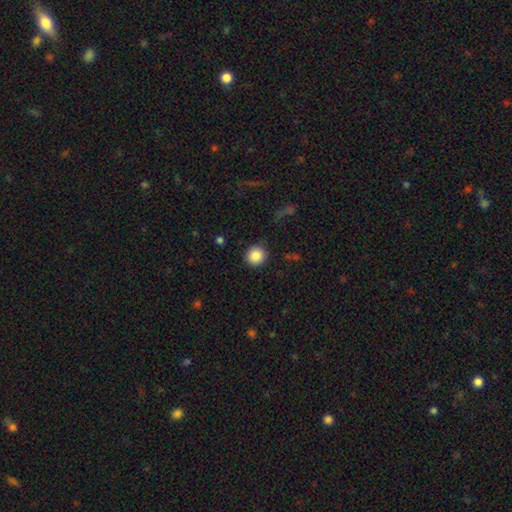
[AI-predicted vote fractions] This is clearly a smooth galaxy (86%). How rounded: clearly round (93%). Merging: clearly none (90%).